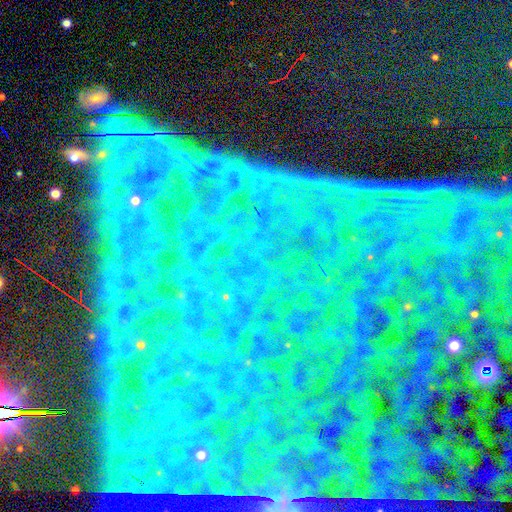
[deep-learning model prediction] smooth-or-featured: star or artifact: 87% | featured or disk: 7% | smooth: 6%